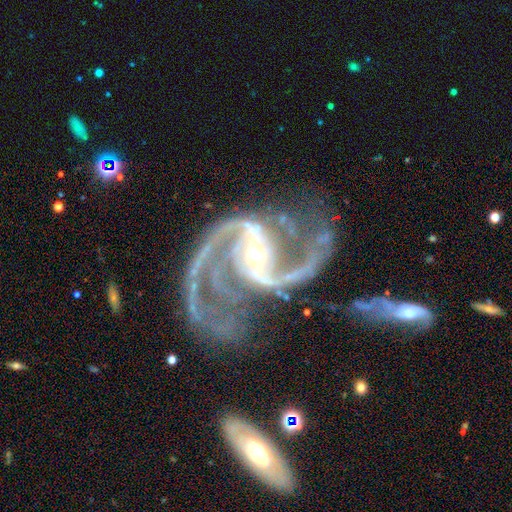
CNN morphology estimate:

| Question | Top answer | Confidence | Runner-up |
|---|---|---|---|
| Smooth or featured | featured or disk | 94% | star or artifact (4%) |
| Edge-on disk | no | 98% | yes (2%) |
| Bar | strong | 42% | weak (34%) |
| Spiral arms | yes | 99% | no (1%) |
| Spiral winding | medium | 57% | loose (29%) |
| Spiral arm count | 2 | 88% | 3 (4%) |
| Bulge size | moderate | 52% | small (43%) |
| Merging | none | 56% | minor disturbance (20%) |